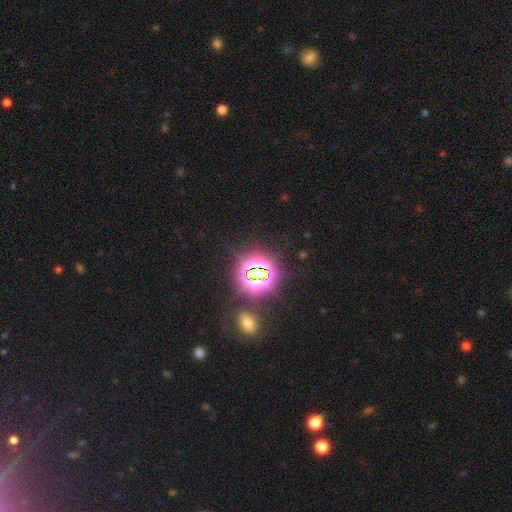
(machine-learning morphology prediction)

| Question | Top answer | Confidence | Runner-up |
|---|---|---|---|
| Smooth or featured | star or artifact | 76% | smooth (15%) |